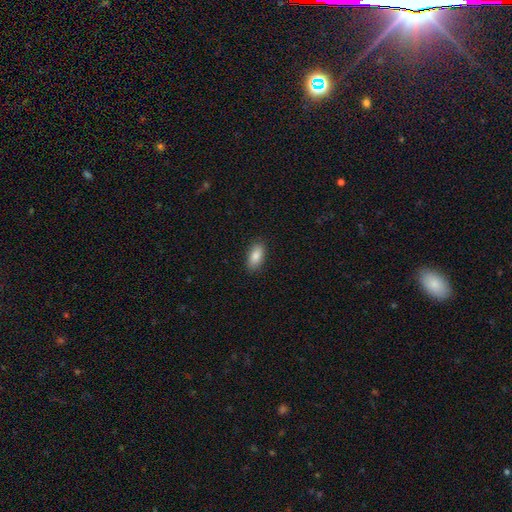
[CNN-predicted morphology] type=smooth (87%); roundness=in between (91%); merging=none (89%).